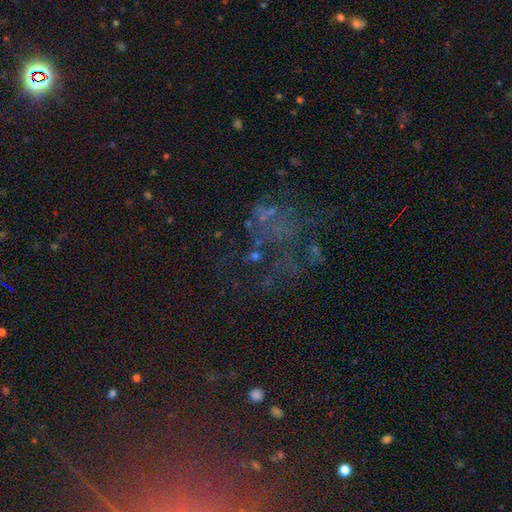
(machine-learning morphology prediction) type=star or artifact (40%).